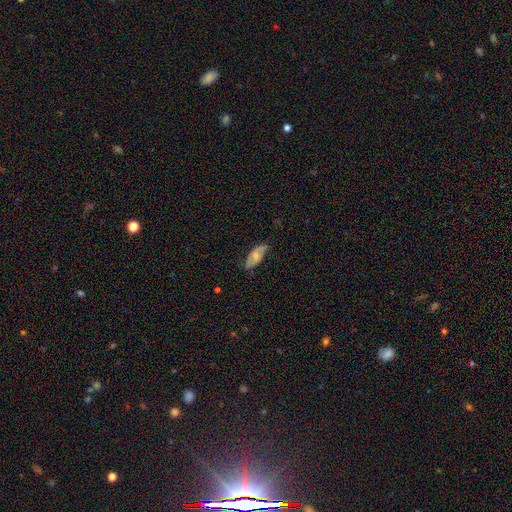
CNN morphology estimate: smooth-or-featured: smooth: 55% | featured or disk: 38% | star or artifact: 7%
  how-rounded: in between: 83% | cigar-shaped: 14% | round: 3%
  merging: none: 70% | minor disturbance: 23% | major disturbance: 5% | merger: 1%